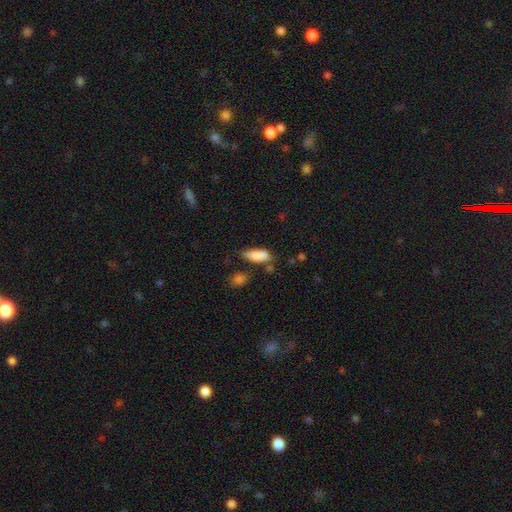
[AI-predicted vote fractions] Smooth or featured: smooth — 77% (featured or disk — 15%)
How rounded: in between — 69% (cigar-shaped — 28%)
Merging: none — 43% (minor disturbance — 25%)